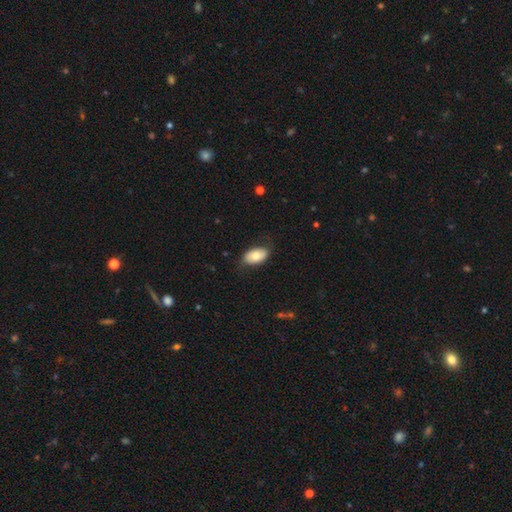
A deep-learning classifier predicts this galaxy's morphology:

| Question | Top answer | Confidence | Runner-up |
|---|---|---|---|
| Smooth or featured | smooth | 72% | featured or disk (22%) |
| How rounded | in between | 93% | round (5%) |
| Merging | none | 77% | minor disturbance (18%) |